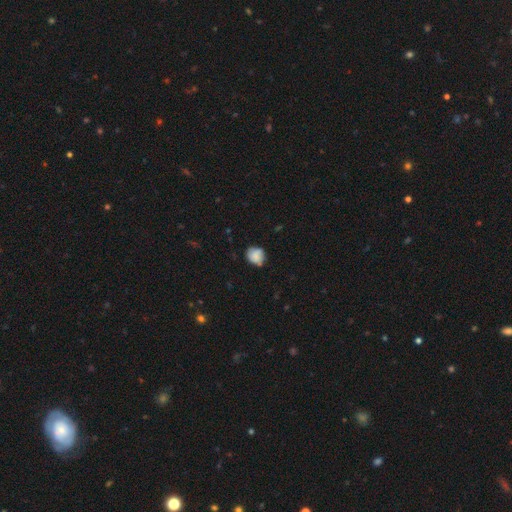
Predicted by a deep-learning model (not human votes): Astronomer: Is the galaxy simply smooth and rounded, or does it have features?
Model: smooth — 78%.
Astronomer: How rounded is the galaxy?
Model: round — 72%.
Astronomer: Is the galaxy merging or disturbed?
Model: none — 62%.